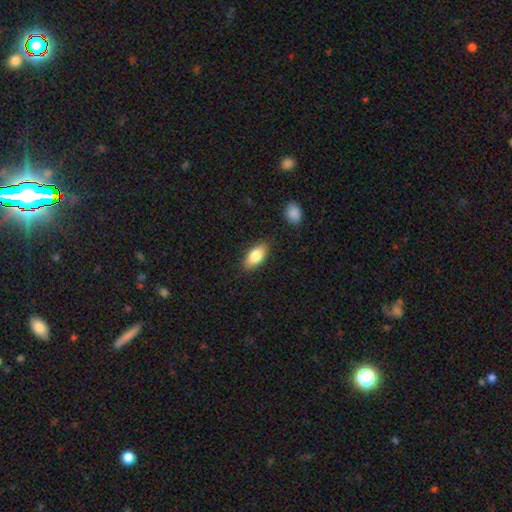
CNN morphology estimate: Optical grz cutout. It shows a smooth galaxy with no disk features (82%) that is in between round and cigar-shaped (89%). Merging: none (86%).